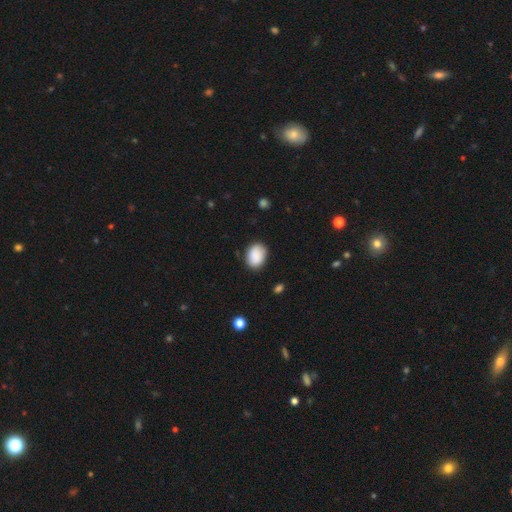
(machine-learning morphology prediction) Smooth or featured? smooth (89%)
How rounded? in between (70%)
Merging? none (83%)